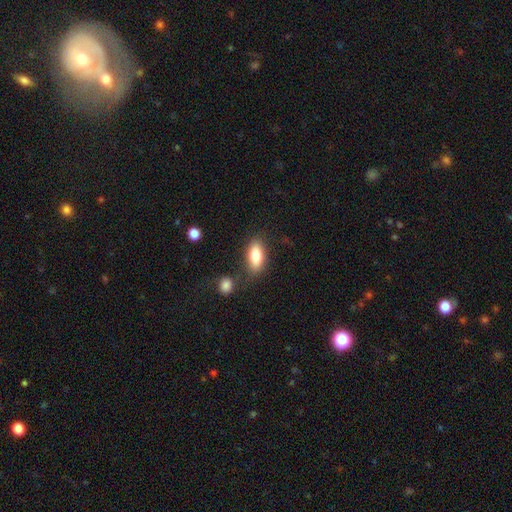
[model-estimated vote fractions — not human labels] Overall: smooth (79%). How rounded: in between (86%). Merging: none (75%).